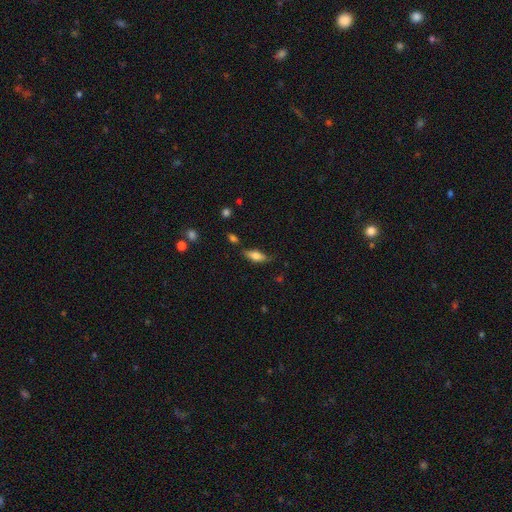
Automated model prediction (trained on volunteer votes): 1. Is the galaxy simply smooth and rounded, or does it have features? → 69% smooth, 23% featured or disk, 7% star or artifact.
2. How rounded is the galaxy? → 74% in between, 23% cigar-shaped, 3% round.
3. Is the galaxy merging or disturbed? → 67% none, 23% minor disturbance, 6% major disturbance, 4% merger.